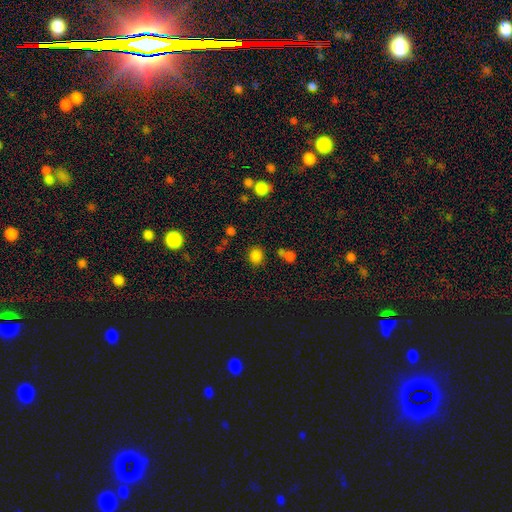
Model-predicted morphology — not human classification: Q: Smooth or featured?
A: smooth (79%); runner-up: star or artifact (16%)
Q: How rounded?
A: round (73%); runner-up: in between (26%)
Q: Merging?
A: none (77%); runner-up: minor disturbance (11%)